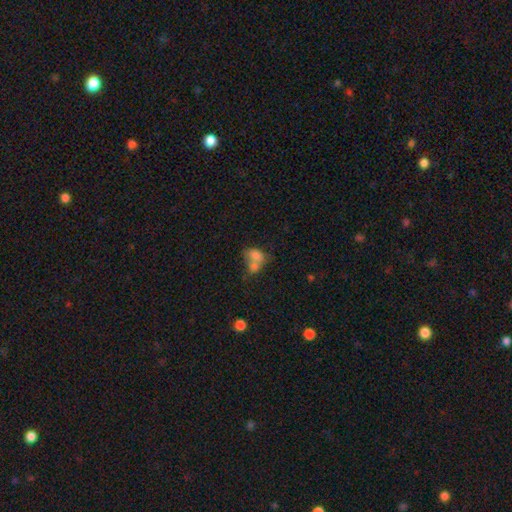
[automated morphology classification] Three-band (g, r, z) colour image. It shows a smooth galaxy with no disk features (74%) that is in between round and cigar-shaped (70%). Merging: merger (67%).